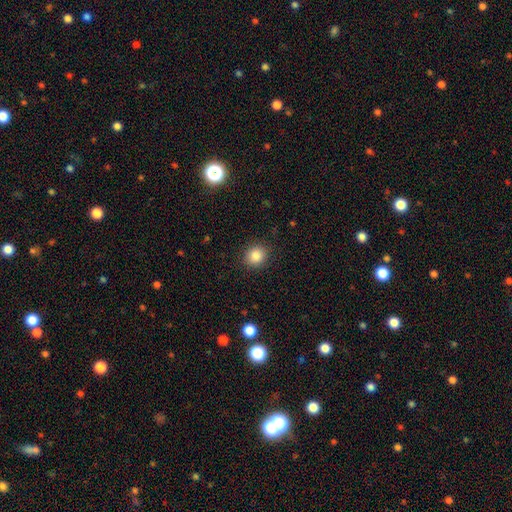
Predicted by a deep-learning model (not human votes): Smooth or featured?
  - smooth: 85% *
  - star or artifact: 10%
  - featured or disk: 5%
How rounded?
  - round: 84% *
  - in between: 16%
  - cigar-shaped: 1%
Merging?
  - none: 90% *
  - minor disturbance: 7%
  - major disturbance: 2%
  - merger: 1%